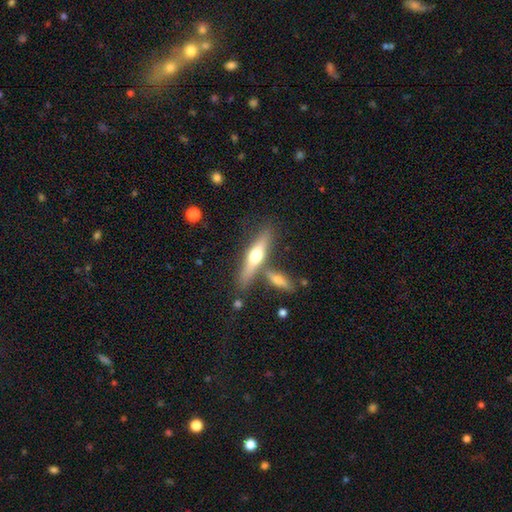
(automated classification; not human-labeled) Overall: featured or disk (52%; smooth 42%). Edge-on disk: yes (91%). Merging: none (64%).